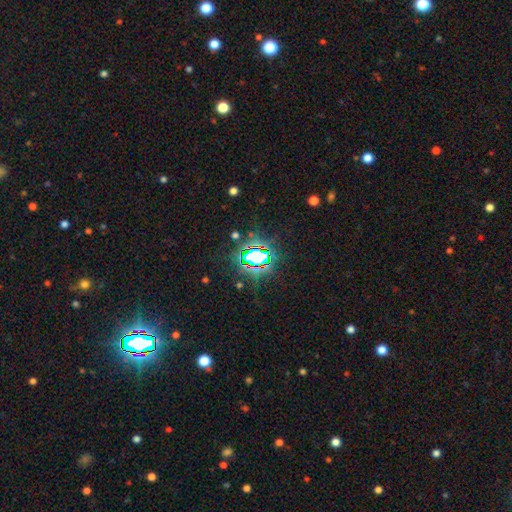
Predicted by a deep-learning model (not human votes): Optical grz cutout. It shows a star or artifact, not a galaxy (71%).